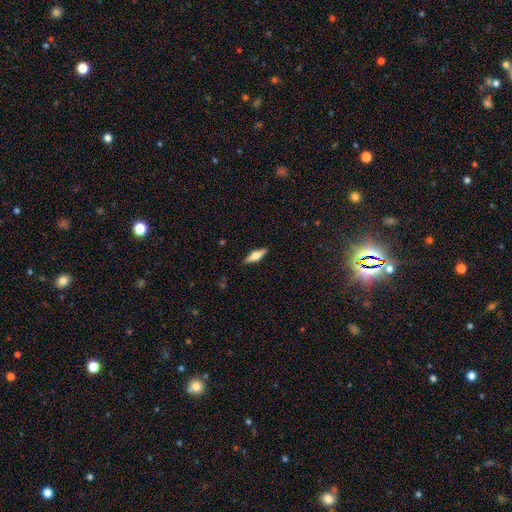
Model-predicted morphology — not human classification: The model was most divided on "smooth or featured": featured or disk: 48%, smooth: 46%, star or artifact: 6%. More confident: merging — none (89%).